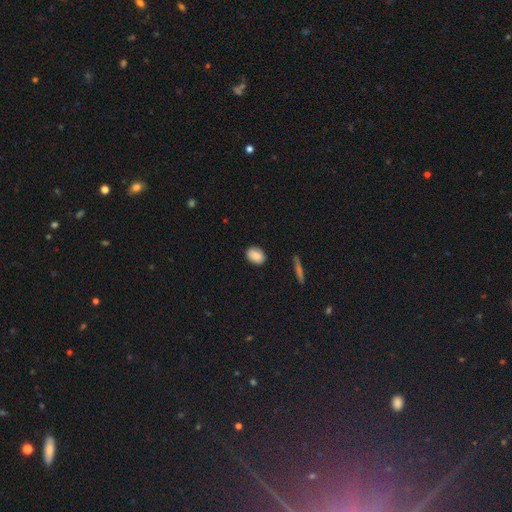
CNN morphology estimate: This is clearly a smooth galaxy (88%). How rounded: clearly in between (80%). Merging: clearly none (86%).